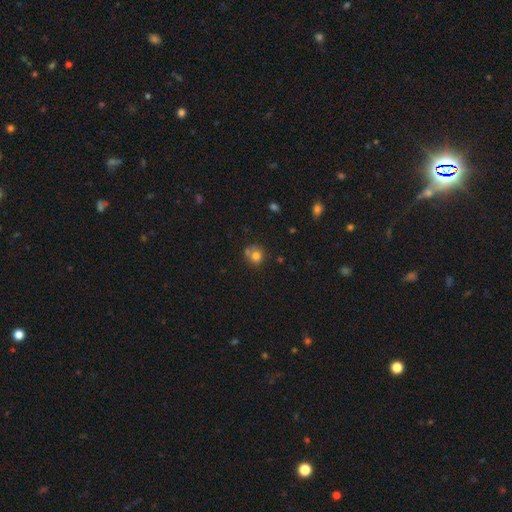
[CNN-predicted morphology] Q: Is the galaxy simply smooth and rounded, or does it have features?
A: smooth — 75%.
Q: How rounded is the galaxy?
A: round — 80%.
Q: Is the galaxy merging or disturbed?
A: none — 51%.